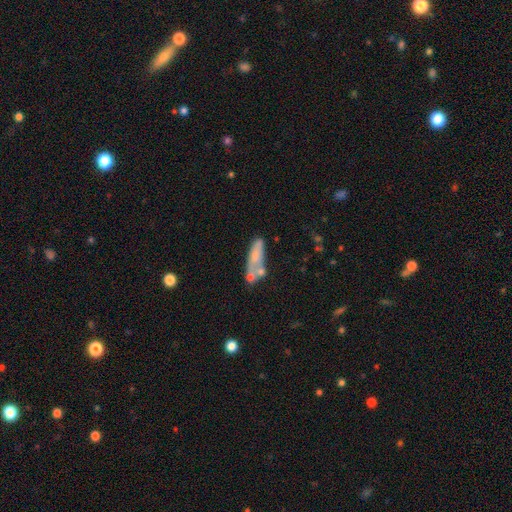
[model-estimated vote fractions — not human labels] Overall: smooth (58%; featured or disk 33%). How rounded: cigar-shaped (53%; in between 44%). Merging: none (39%; merger 26%).